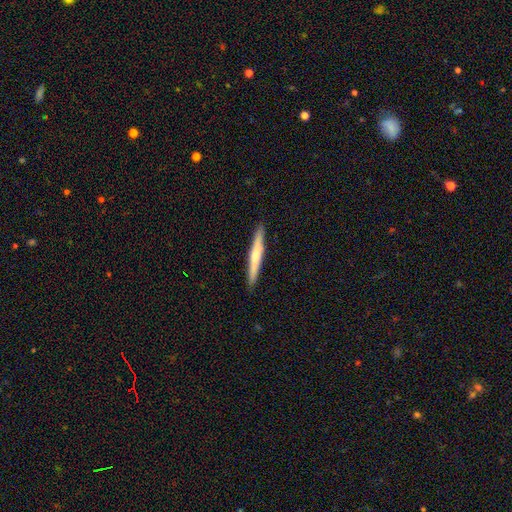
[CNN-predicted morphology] Smooth or featured?
  - smooth: 50% *
  - featured or disk: 45%
  - star or artifact: 5%
Merging?
  - none: 91% *
  - minor disturbance: 6%
  - major disturbance: 1%
  - merger: 1%